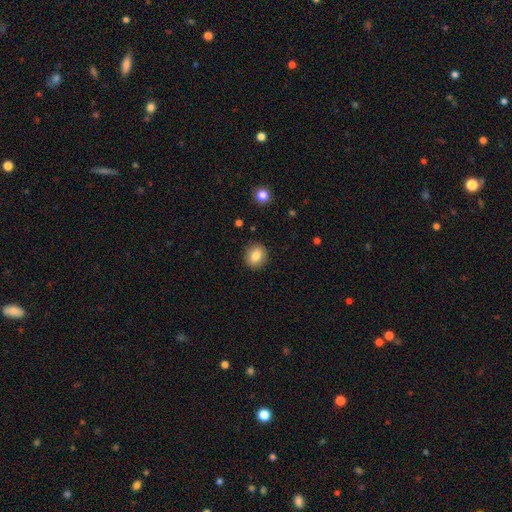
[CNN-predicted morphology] Smooth or featured? Predicted: smooth (p=0.82). How rounded? Predicted: round (p=0.68). Merging? Predicted: none (p=0.89).